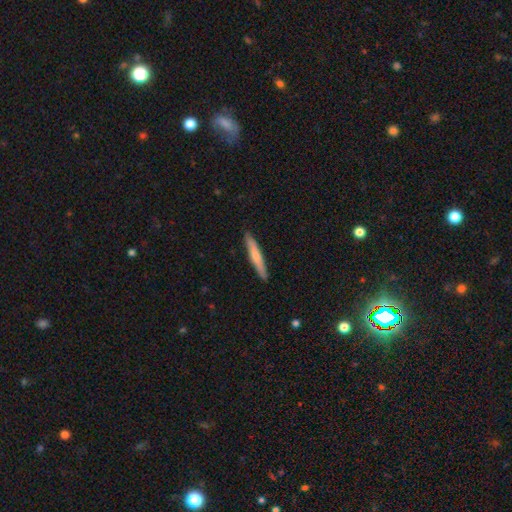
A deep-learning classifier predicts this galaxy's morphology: A smooth galaxy with no disk features (60%) that is cigar-shaped (94%). Merging: none (90%).